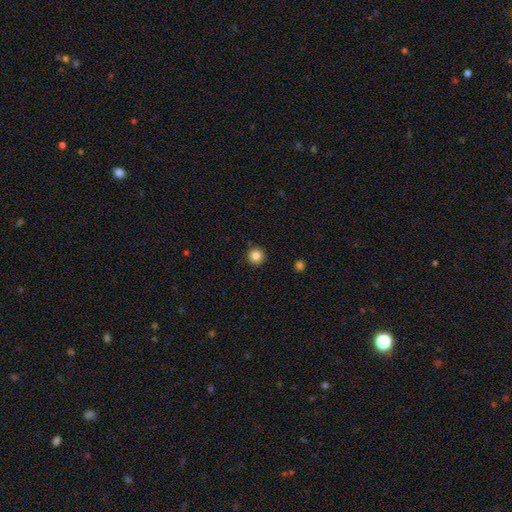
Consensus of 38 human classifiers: Smooth or featured? 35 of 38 (92%) said smooth. How rounded? 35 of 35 (100%) said round. Merging? 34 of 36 (94%) said none.